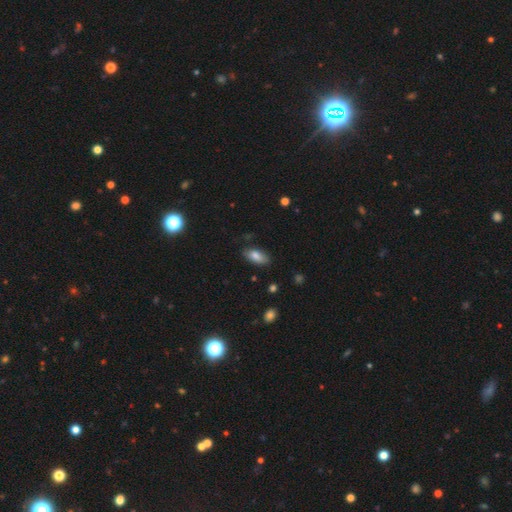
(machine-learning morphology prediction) The model was most divided on "merging": none: 79%, minor disturbance: 16%, major disturbance: 3%, merger: 2%. More confident: how rounded — in between (88%); smooth or featured — smooth (80%).